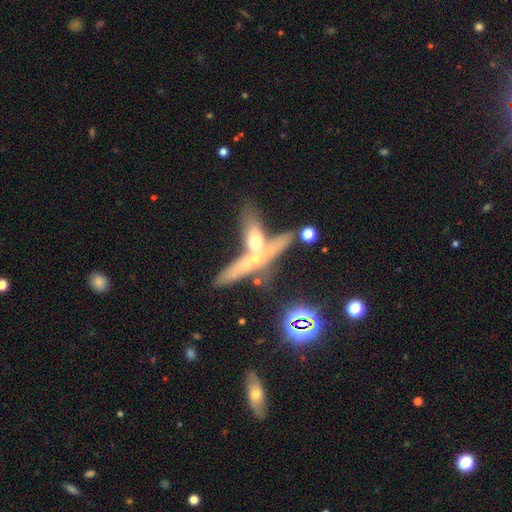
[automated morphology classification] Q: Smooth or featured?
A: featured or disk (53%); runner-up: smooth (33%)
Q: Edge-on disk?
A: yes (68%); runner-up: no (32%)
Q: Merging?
A: merger (47%); runner-up: none (36%)